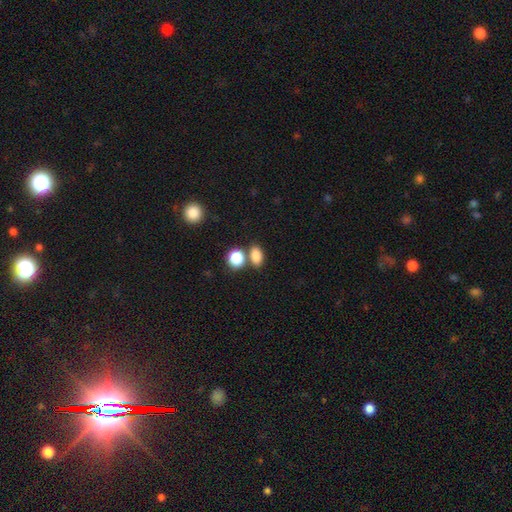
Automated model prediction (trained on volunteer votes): A smooth galaxy with no disk features (84%) that is in between round and cigar-shaped (74%).

Vote fractions:
- Smooth or featured? smooth: 84% / star or artifact: 10% / featured or disk: 6%
- How rounded? in between: 74% / round: 24% / cigar-shaped: 2%
- Merging? none: 61% / merger: 25% / minor disturbance: 10% / major disturbance: 4%